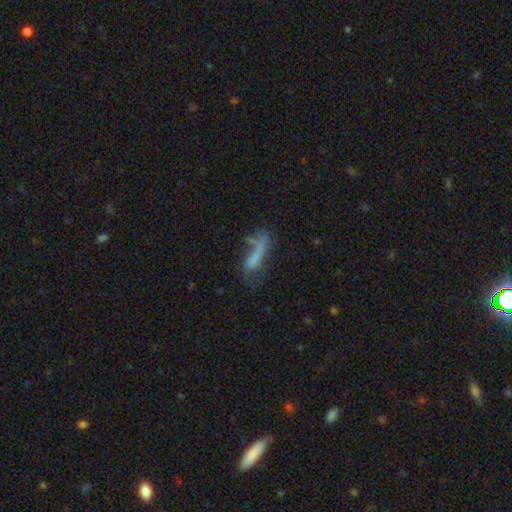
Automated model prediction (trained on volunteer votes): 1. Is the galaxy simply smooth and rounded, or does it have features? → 53% smooth, 34% featured or disk, 13% star or artifact.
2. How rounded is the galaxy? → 62% cigar-shaped, 35% in between, 3% round.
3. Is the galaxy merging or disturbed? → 33% major disturbance (tied), 33% none (tied), 22% minor disturbance, 13% merger.